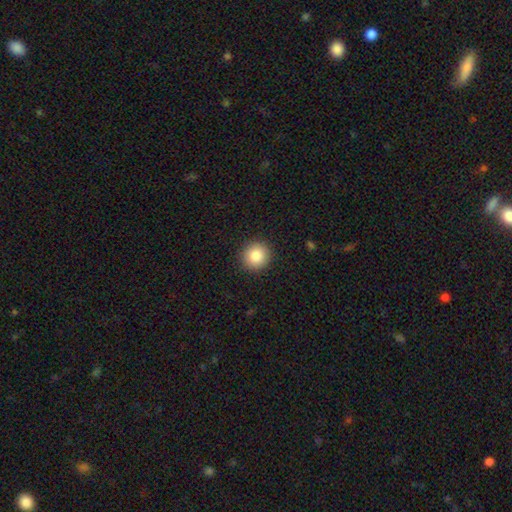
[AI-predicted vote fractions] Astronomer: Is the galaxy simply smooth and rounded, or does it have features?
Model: smooth — 85%.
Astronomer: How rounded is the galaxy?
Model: round — 92%.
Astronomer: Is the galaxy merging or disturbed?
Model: none — 92%.